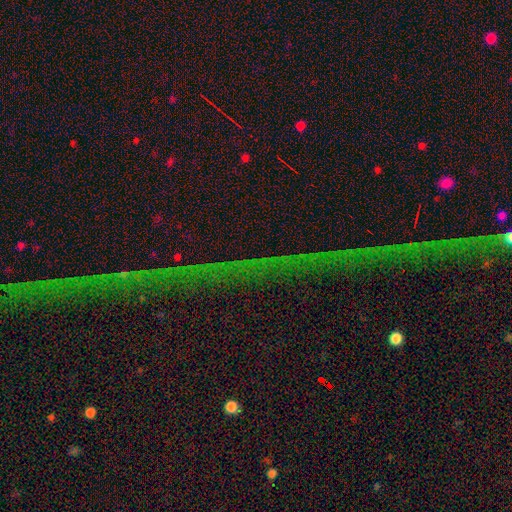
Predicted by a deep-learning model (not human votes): Smooth or featured? Predicted: star or artifact (p=0.80).